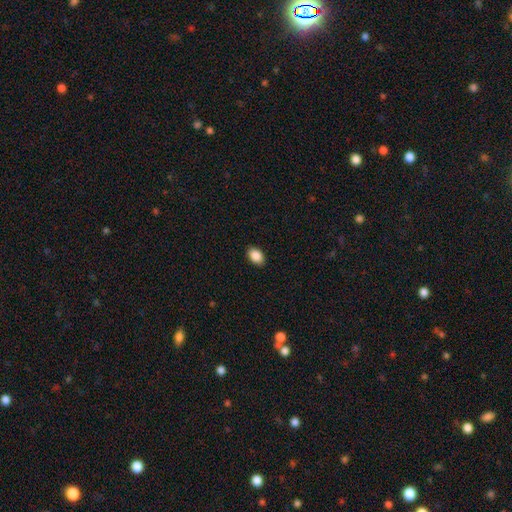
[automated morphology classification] This is clearly a smooth galaxy (89%). How rounded: clearly in between (88%). Merging: clearly none (90%).